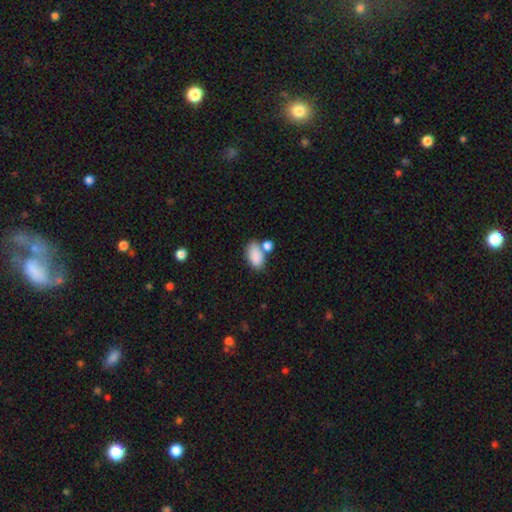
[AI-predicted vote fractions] smooth-or-featured: smooth: 85% | star or artifact: 8% | featured or disk: 7%
  how-rounded: in between: 91% | round: 7% | cigar-shaped: 2%
  merging: none: 48% | merger: 32% | minor disturbance: 15% | major disturbance: 6%